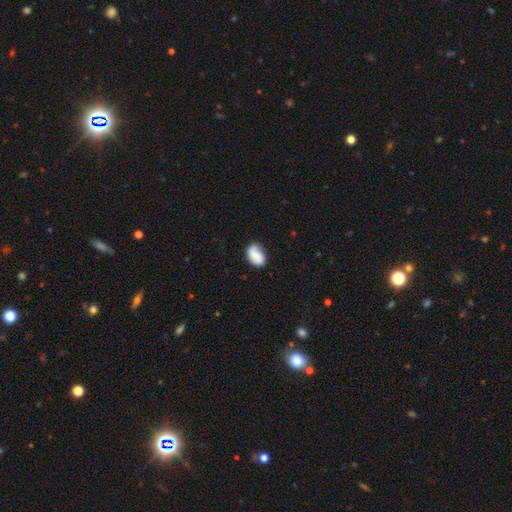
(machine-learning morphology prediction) type=smooth (77%); roundness=in between (86%); merging=none (57%).